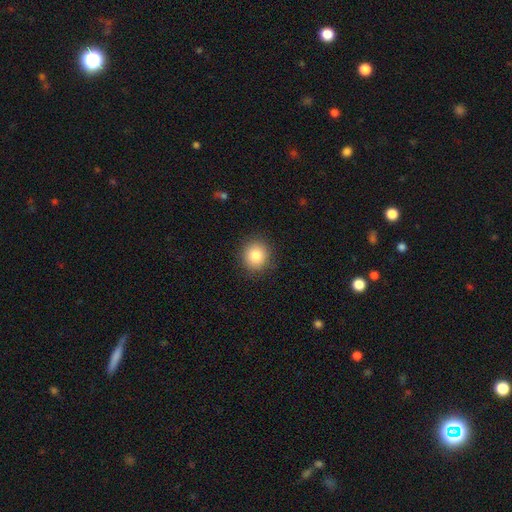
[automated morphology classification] smooth 84%, star or artifact 10%, featured or disk 7%. Down the decision tree: how rounded — round (87%); merging — none (89%).